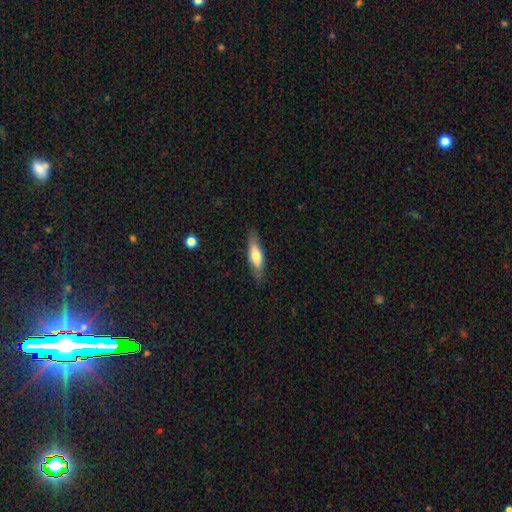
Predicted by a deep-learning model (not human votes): A smooth galaxy with no disk features (64%) that is cigar-shaped (53%).

Vote fractions:
- Smooth or featured? smooth: 64% / featured or disk: 30% / star or artifact: 6%
- How rounded? cigar-shaped: 53% / in between: 45% / round: 2%
- Merging? none: 82% / minor disturbance: 14% / major disturbance: 3% / merger: 1%